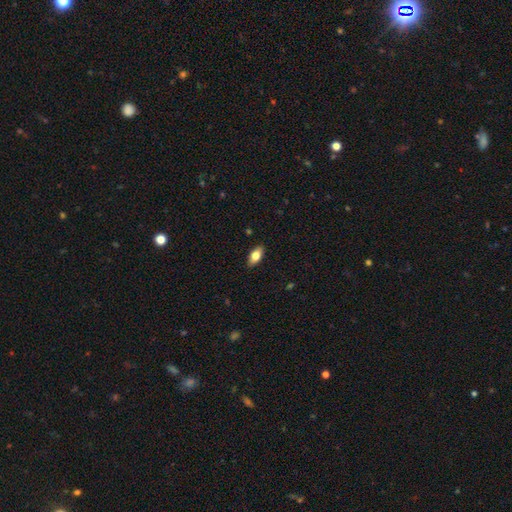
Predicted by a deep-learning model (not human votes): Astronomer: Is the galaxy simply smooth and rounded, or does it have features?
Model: smooth — 75%.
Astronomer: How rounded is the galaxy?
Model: in between — 88%.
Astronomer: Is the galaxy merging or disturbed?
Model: none — 88%.